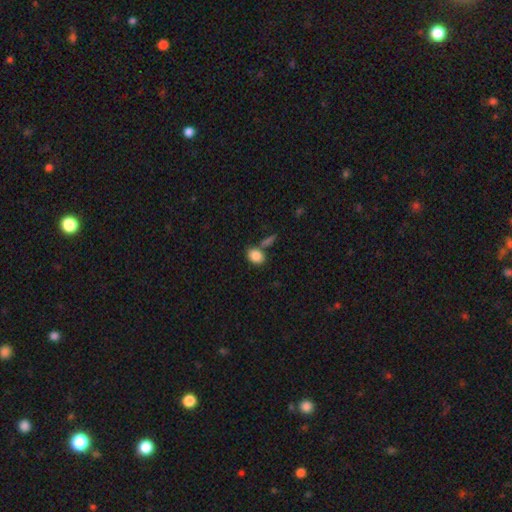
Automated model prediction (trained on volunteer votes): A smooth galaxy with no disk features (86%) that is in between round and cigar-shaped (68%). Merging: none (60%).